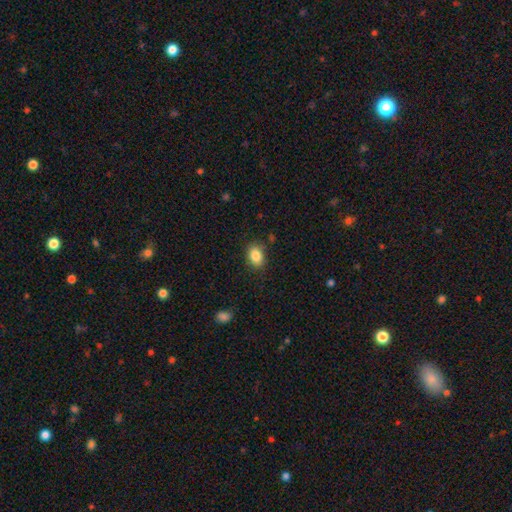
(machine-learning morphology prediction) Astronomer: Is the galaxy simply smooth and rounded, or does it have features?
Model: smooth — 86%.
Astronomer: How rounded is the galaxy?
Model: in between — 80%.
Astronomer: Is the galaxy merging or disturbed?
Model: none — 84%.